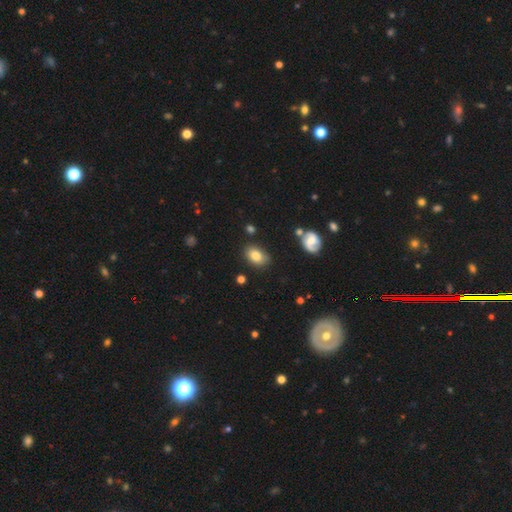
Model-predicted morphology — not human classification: Smooth or featured? Predicted: smooth (p=0.80). How rounded? Predicted: in between (p=0.82). Merging? Predicted: none (p=0.79).